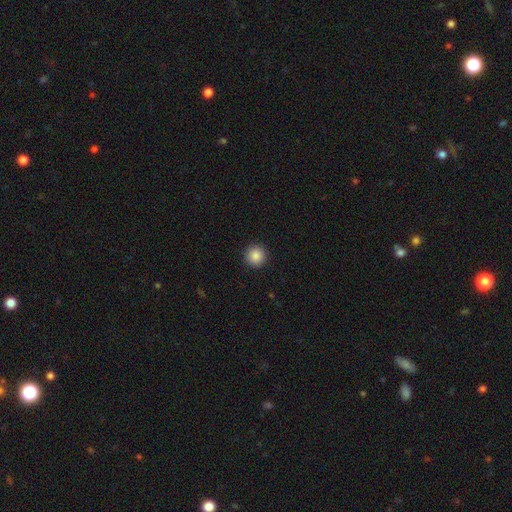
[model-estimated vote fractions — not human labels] smooth-or-featured: smooth: 87% | star or artifact: 9% | featured or disk: 4%
  how-rounded: round: 95% | in between: 4% | cigar-shaped: 1%
  merging: none: 93% | minor disturbance: 5% | major disturbance: 2% | merger: 1%